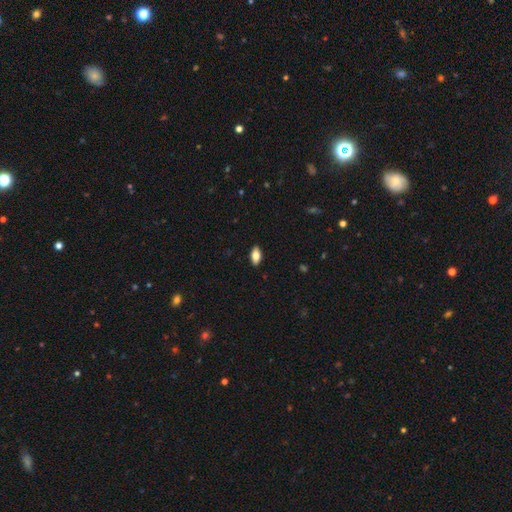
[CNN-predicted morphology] type=smooth (75%); roundness=in between (88%); merging=none (90%).